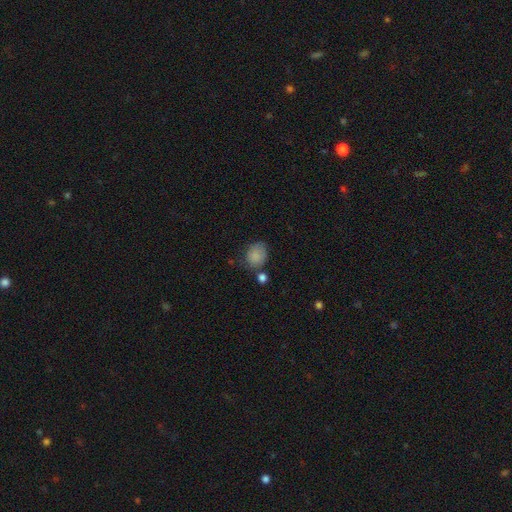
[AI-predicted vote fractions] Overall: smooth (83%). How rounded: round (50%; in between 49%). Merging: none (54%; minor disturbance 26%).